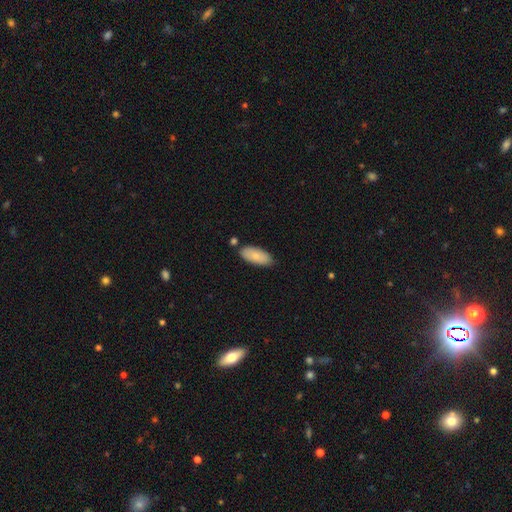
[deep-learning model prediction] smooth 82%, featured or disk 12%, star or artifact 6%. Down the decision tree: how rounded — in between (87%); merging — none (78%).